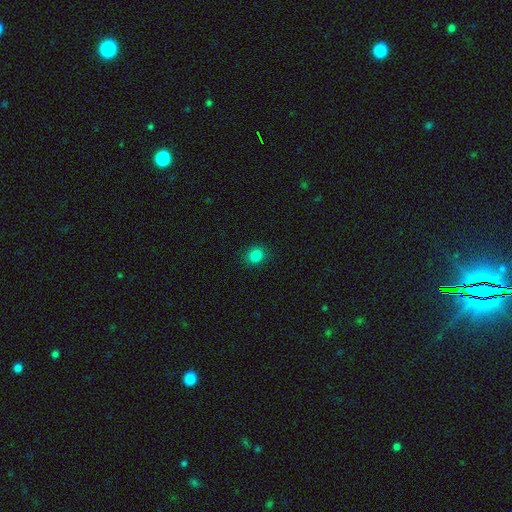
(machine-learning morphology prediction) smooth_or_featured: smooth (p=0.83) [alt: star or artifact p=0.13]
how_rounded: round (p=0.71) [alt: in between p=0.28]
merging: none (p=0.89) [alt: minor disturbance p=0.07]